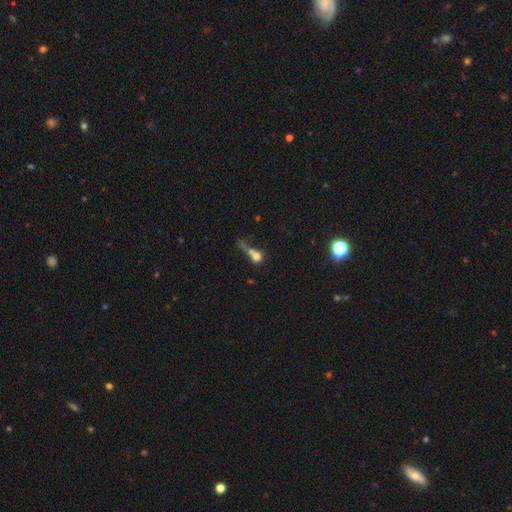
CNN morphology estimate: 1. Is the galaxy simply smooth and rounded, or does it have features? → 65% smooth, 20% featured or disk, 15% star or artifact.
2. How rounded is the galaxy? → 68% round, 25% in between, 6% cigar-shaped.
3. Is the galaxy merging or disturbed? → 45% merger, 24% none, 21% major disturbance, 10% minor disturbance.